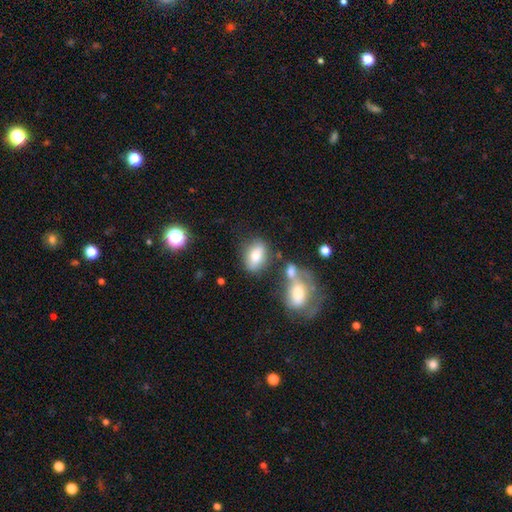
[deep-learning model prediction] This appears to be a smooth galaxy with no disk features (76%) that is in between round and cigar-shaped (81%). Merging: none (67%).